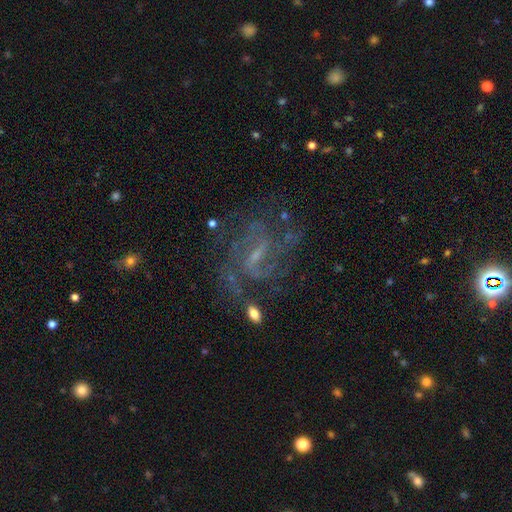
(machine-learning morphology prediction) featured or disk 82%, star or artifact 11%, smooth 8%. Down the decision tree: edge-on disk — no (96%); bar — weak (54%); spiral arms — yes (91%); spiral arm count — 2 (37%); spiral winding — medium (49%); bulge size — small (60%); merging — none (61%).